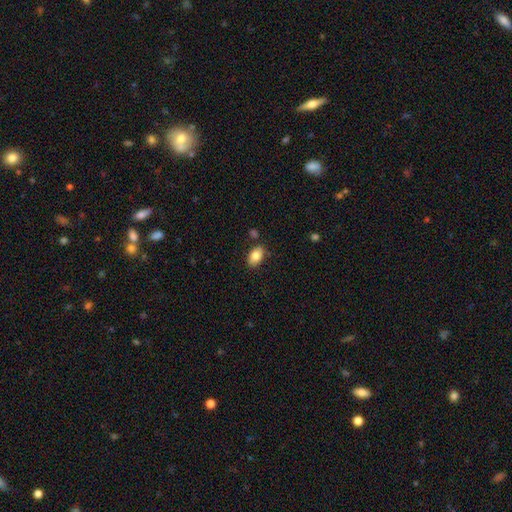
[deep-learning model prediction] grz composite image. It shows a smooth galaxy with no disk features (83%) that is in between round and cigar-shaped (90%). Merging: none (82%).